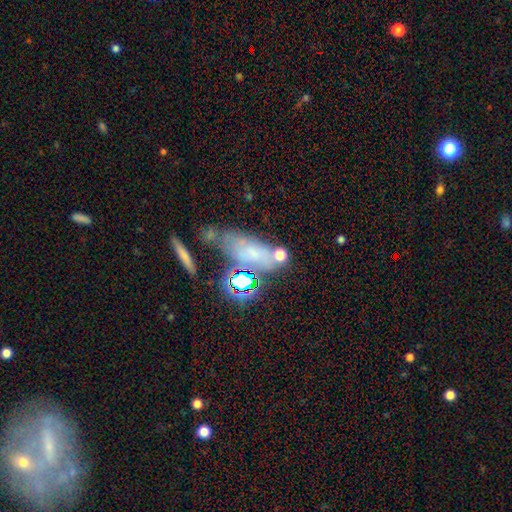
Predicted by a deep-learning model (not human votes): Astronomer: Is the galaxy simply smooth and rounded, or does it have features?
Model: smooth — 41% (runner-up: star or artifact, 33%).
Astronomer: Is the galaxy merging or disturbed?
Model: none — 51%.